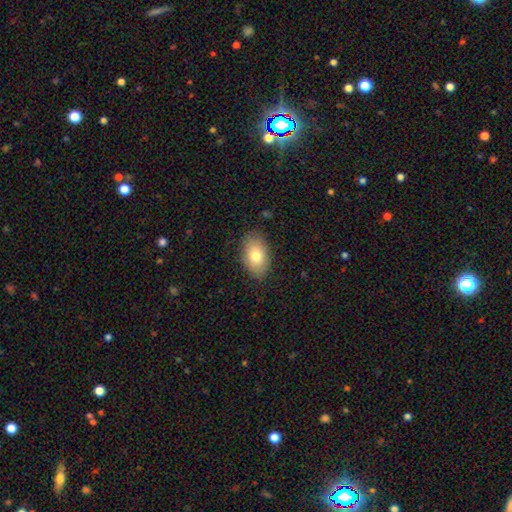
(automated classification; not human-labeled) smooth_or_featured: smooth (p=0.78) [alt: featured or disk p=0.15]
how_rounded: in between (p=0.92) [alt: round p=0.07]
merging: none (p=0.84) [alt: minor disturbance p=0.12]